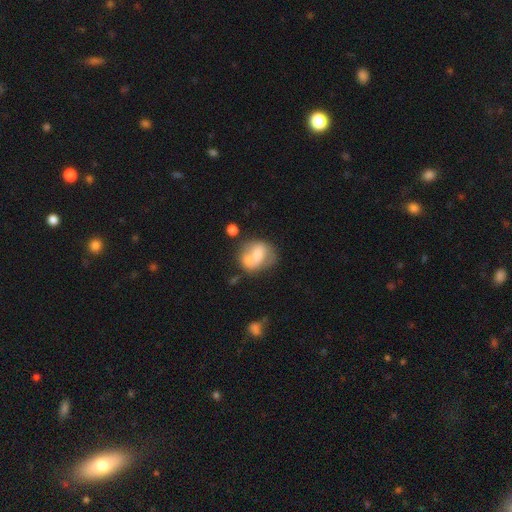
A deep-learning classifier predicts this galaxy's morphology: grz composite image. It shows a smooth galaxy with no disk features (50%). Merging: merger (41%).